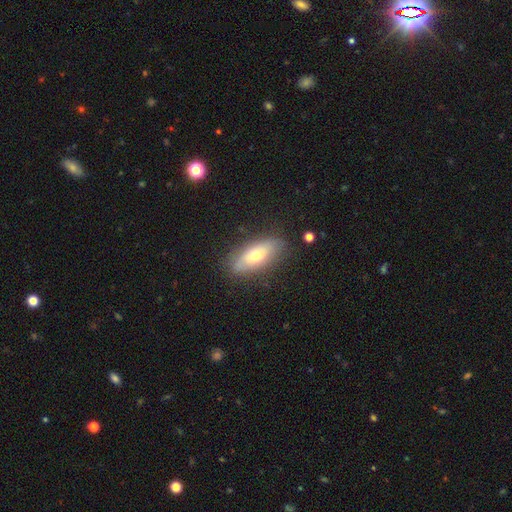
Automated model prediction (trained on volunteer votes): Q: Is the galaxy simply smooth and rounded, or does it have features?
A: smooth — 60%.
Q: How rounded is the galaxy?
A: in between — 76%.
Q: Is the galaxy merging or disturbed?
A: none — 82%.